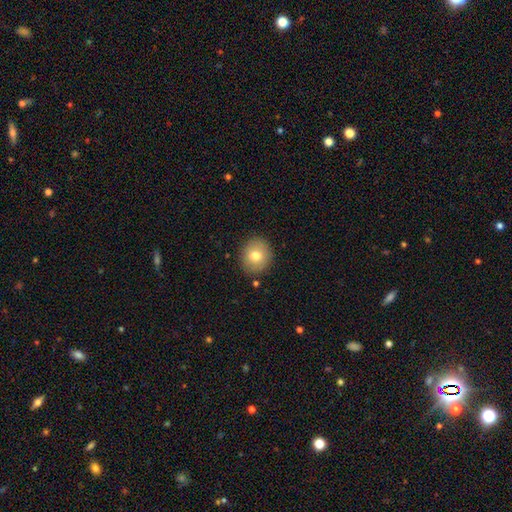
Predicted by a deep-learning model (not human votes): Overall: smooth (76%). How rounded: round (84%). Merging: none (87%).